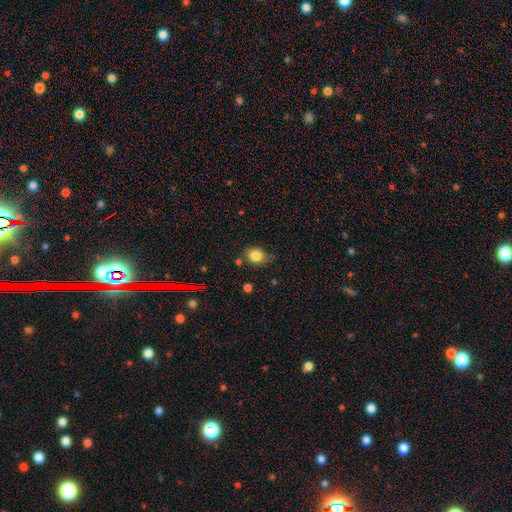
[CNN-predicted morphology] Smooth or featured? smooth (83%)
How rounded? round (56%)
Merging? none (65%)